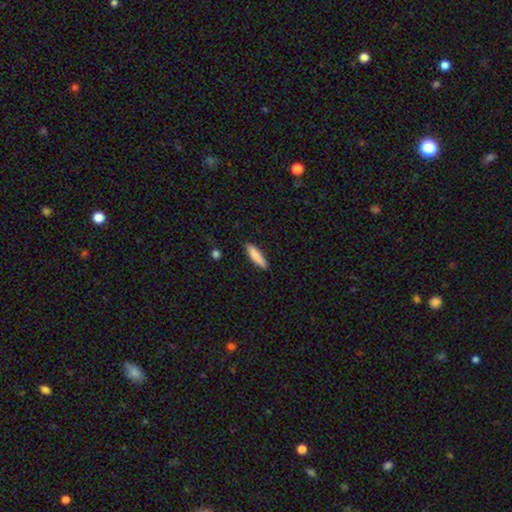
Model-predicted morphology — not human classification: This is clearly a smooth galaxy (85%). How rounded: likely cigar-shaped (76%). Merging: clearly none (87%).